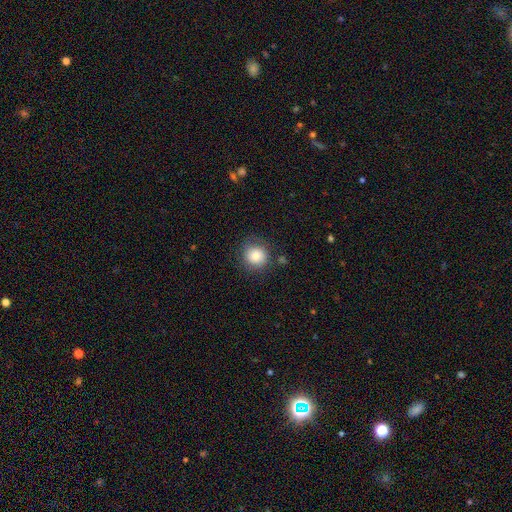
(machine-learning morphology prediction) This appears to be a smooth galaxy with no disk features (80%) that is round (88%). Merging: none (80%).